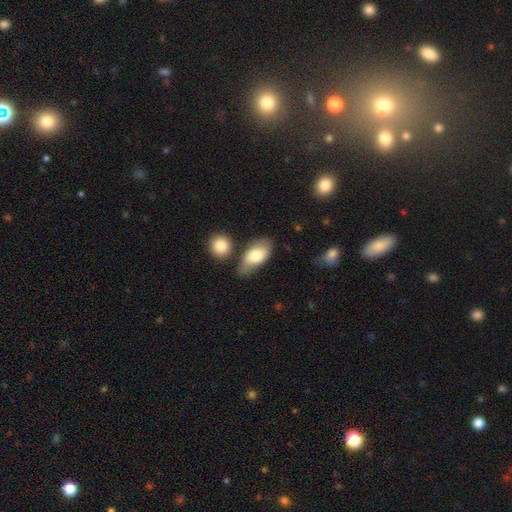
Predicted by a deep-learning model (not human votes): smooth_or_featured: smooth (p=0.74) [alt: featured or disk p=0.20]
how_rounded: in between (p=0.90) [alt: round p=0.05]
merging: none (p=0.57) [alt: minor disturbance p=0.23]